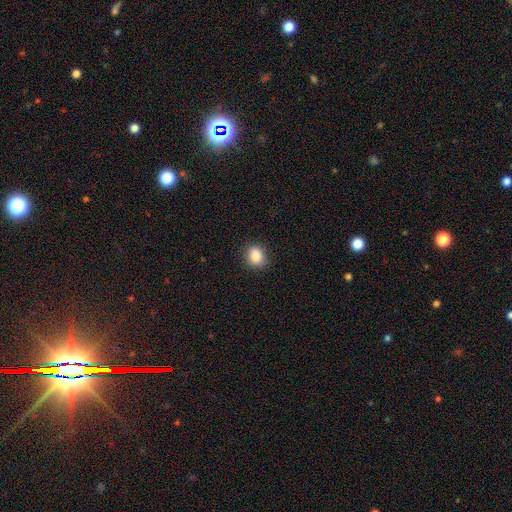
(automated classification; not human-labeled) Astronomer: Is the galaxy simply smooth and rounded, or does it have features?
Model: smooth — 87%.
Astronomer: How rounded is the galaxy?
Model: round — 57% (runner-up: in between, 42%).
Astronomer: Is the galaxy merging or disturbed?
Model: none — 88%.